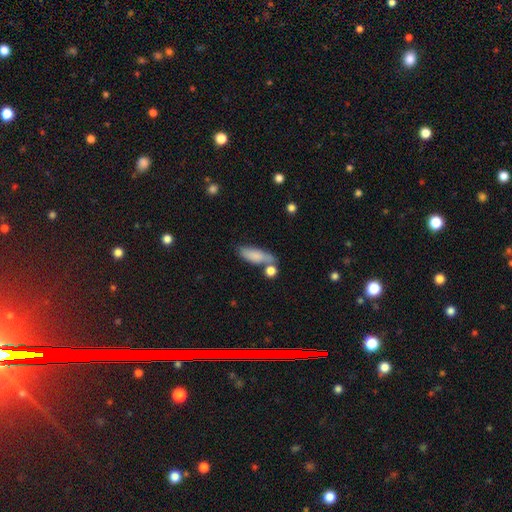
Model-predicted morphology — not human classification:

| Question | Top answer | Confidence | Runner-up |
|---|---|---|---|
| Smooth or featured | smooth | 80% | featured or disk (13%) |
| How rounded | in between | 63% | cigar-shaped (34%) |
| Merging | none | 53% | merger (21%) |